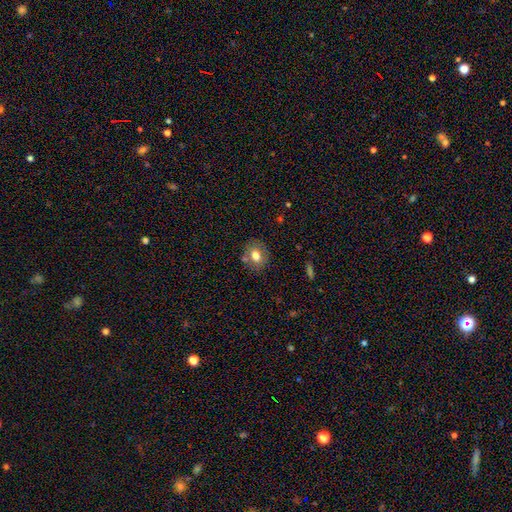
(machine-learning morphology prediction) A smooth galaxy with no disk features (74%) that is round (61%). Merging: none (74%).